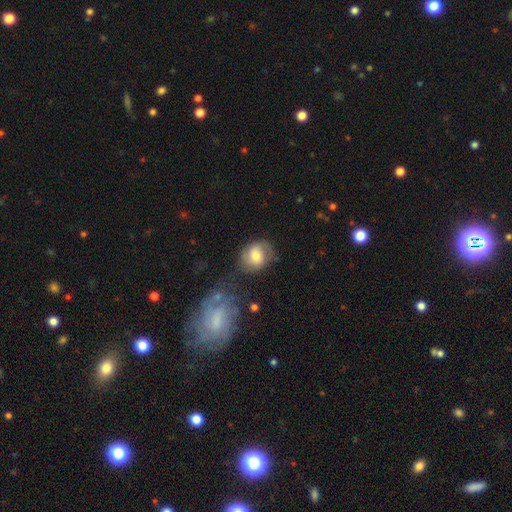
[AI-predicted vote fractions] Overall: smooth (63%; featured or disk 29%). How rounded: round (65%; in between 33%). Merging: none (60%; minor disturbance 23%).